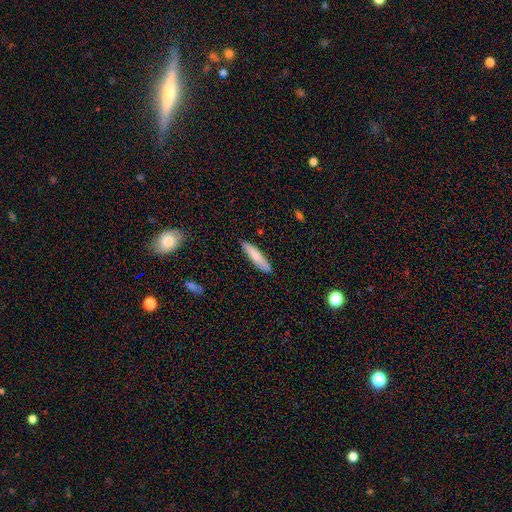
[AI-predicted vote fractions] Smooth or featured? Predicted: smooth (p=0.77). How rounded? Predicted: cigar-shaped (p=0.82). Merging? Predicted: none (p=0.86).